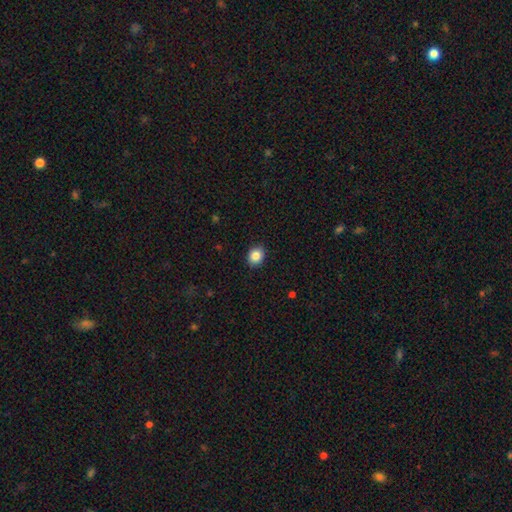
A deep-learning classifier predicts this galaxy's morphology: Smooth or featured?
  - smooth: 86% *
  - star or artifact: 10%
  - featured or disk: 5%
How rounded?
  - round: 66% *
  - in between: 33%
  - cigar-shaped: 1%
Merging?
  - none: 91% *
  - minor disturbance: 7%
  - major disturbance: 2%
  - merger: 1%